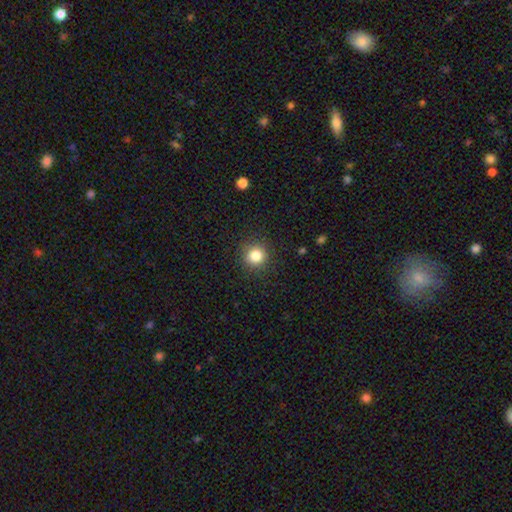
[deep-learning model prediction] Overall: smooth (83%). How rounded: round (93%). Merging: none (90%).